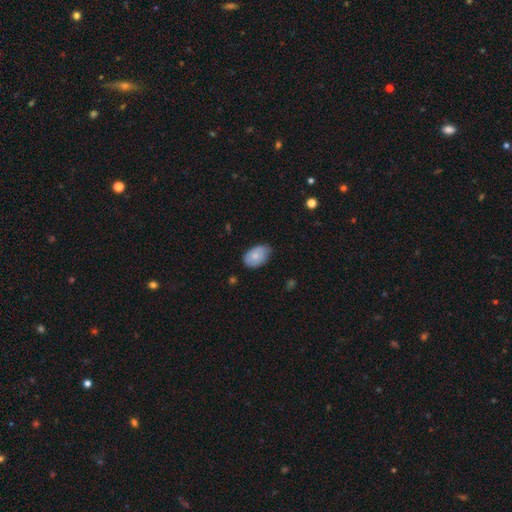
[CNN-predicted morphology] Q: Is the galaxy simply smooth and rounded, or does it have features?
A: smooth — 76%.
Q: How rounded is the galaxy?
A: in between — 88%.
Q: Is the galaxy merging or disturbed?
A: none — 60%.